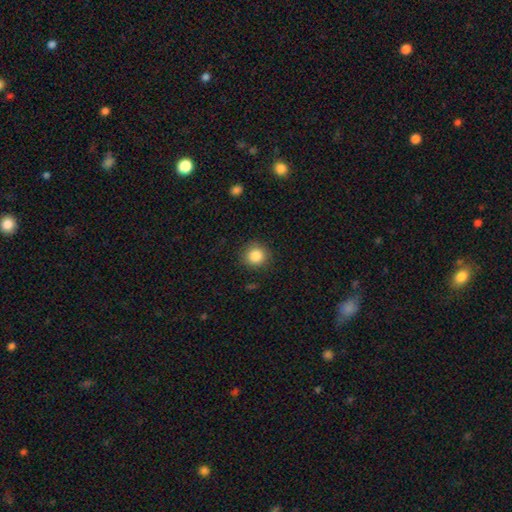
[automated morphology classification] Smooth or featured? Predicted: smooth (p=0.85). How rounded? Predicted: round (p=0.91). Merging? Predicted: none (p=0.88).